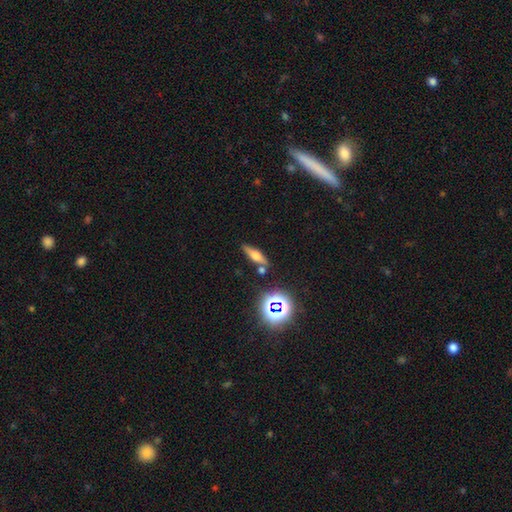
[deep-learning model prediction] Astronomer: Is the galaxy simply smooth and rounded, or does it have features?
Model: featured or disk — 44% (runner-up: smooth, 41%).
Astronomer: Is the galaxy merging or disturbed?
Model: none — 79%.